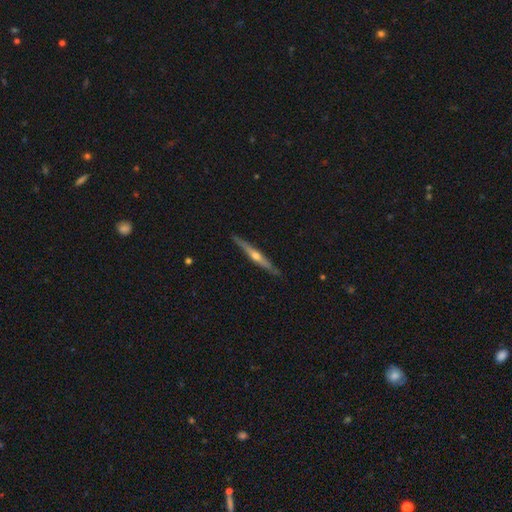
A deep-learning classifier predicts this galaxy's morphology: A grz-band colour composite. It shows a featured or disk galaxy (78%) viewed edge-on (98%) with a rounded central bulge (89%). Merging: none (89%).